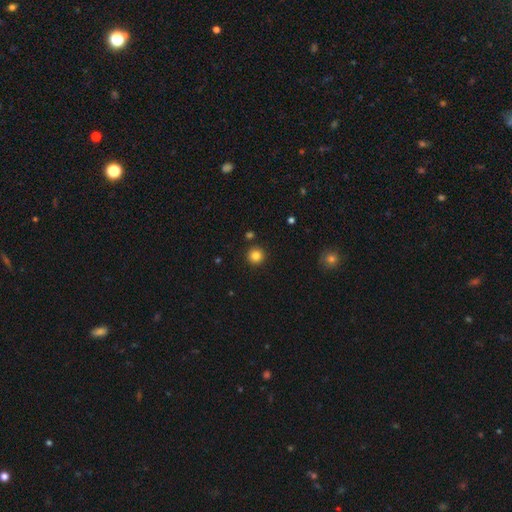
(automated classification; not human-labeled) smooth_or_featured: smooth (p=0.83) [alt: star or artifact p=0.12]
how_rounded: round (p=0.95) [alt: in between p=0.04]
merging: none (p=0.90) [alt: minor disturbance p=0.05]